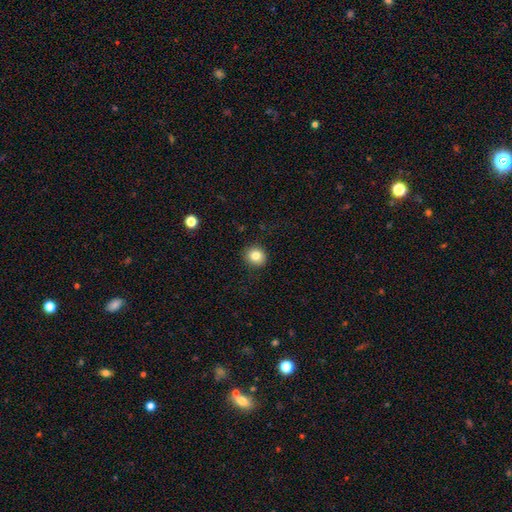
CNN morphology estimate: Smooth or featured? Predicted: smooth (p=0.83). How rounded? Predicted: round (p=0.80). Merging? Predicted: none (p=0.89).